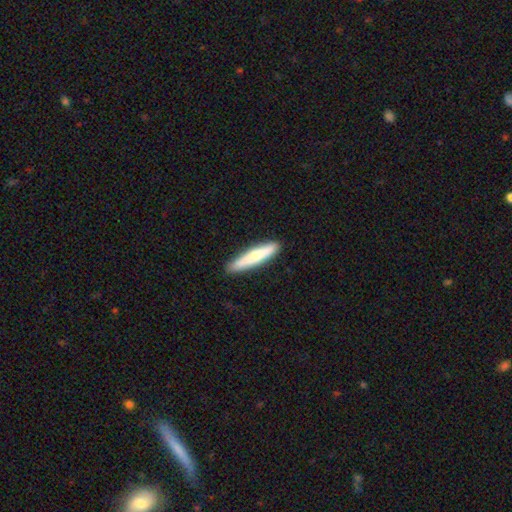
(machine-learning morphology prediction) A smooth galaxy with no disk features (67%) that is cigar-shaped (91%). Merging: none (90%).